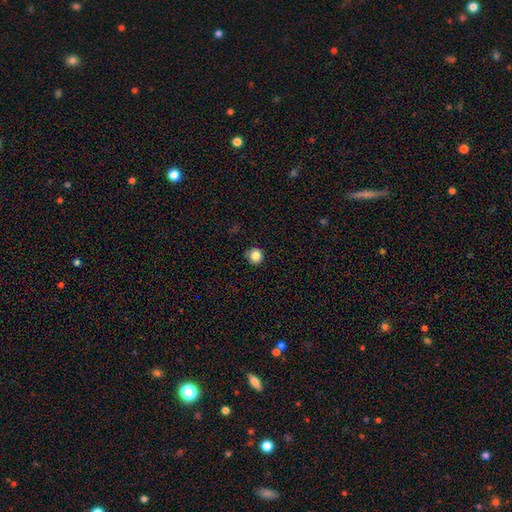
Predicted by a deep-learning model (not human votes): Smooth or featured? smooth (85%)
How rounded? round (94%)
Merging? none (90%)